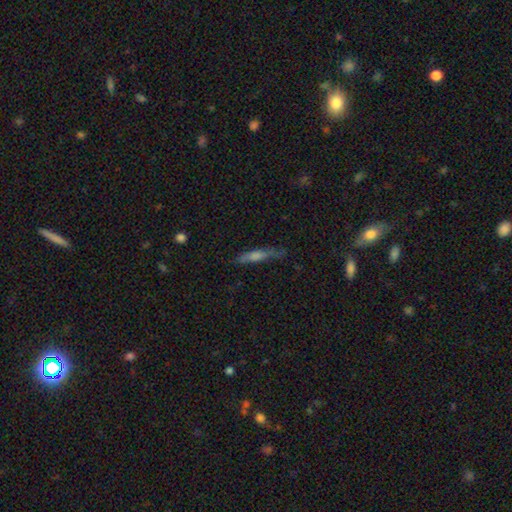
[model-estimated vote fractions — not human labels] This is possibly a smooth galaxy (47%). Merging: likely none (73%).